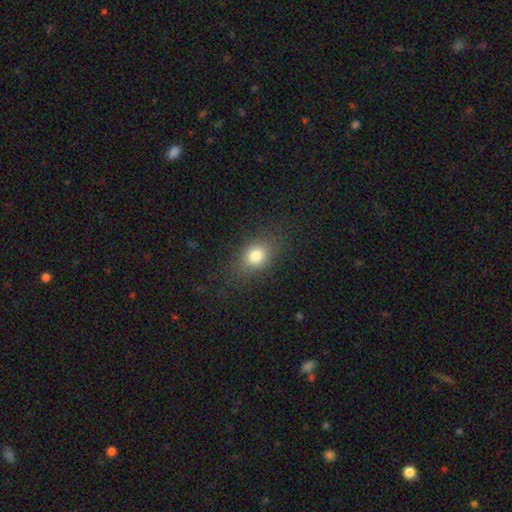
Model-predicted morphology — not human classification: Q: Smooth or featured?
A: smooth (80%); runner-up: star or artifact (12%)
Q: How rounded?
A: in between (61%); runner-up: round (37%)
Q: Merging?
A: none (79%); runner-up: minor disturbance (13%)